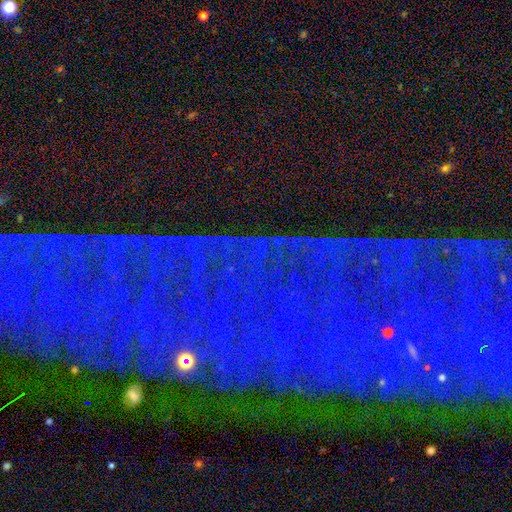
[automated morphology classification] smooth-or-featured: star or artifact: 82% | featured or disk: 10% | smooth: 8%